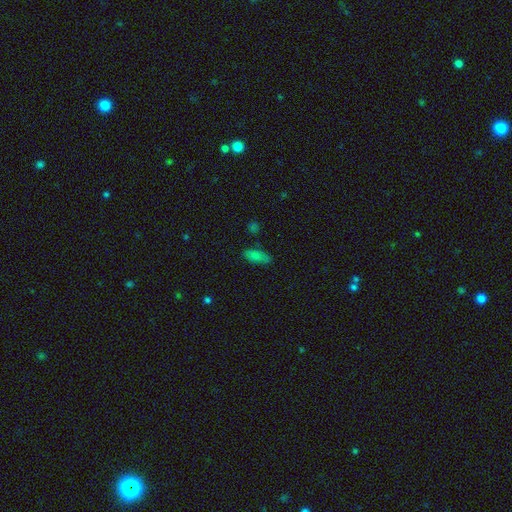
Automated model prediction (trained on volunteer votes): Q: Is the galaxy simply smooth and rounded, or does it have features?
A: smooth — 79%.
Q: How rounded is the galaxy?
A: in between — 80%.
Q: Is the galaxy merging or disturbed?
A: none — 76%.